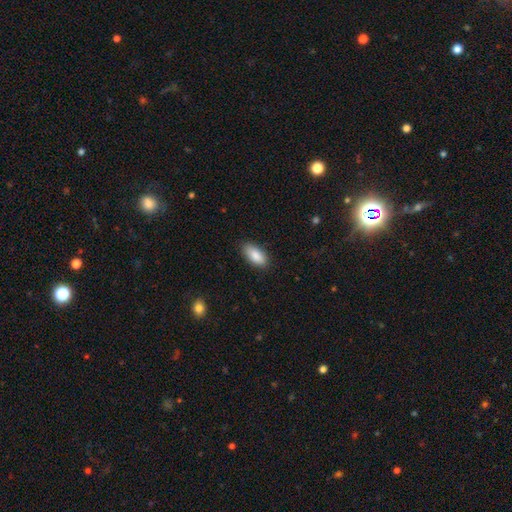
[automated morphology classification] smooth_or_featured: smooth (p=0.87) [alt: featured or disk p=0.06]
how_rounded: in between (p=0.89) [alt: cigar-shaped p=0.08]
merging: none (p=0.85) [alt: minor disturbance p=0.12]